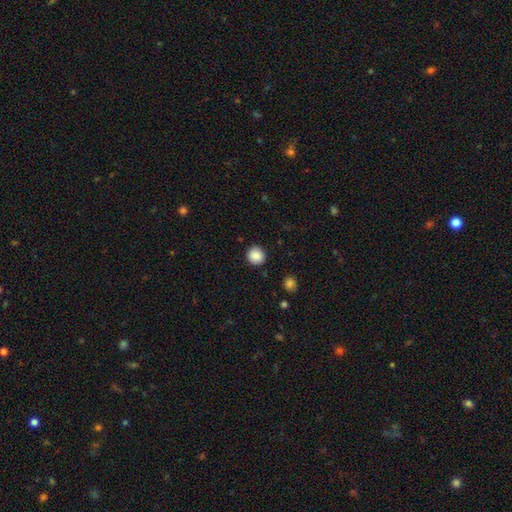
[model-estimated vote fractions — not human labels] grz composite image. It shows a smooth galaxy with no disk features (88%) that is round (91%). Merging: none (90%).